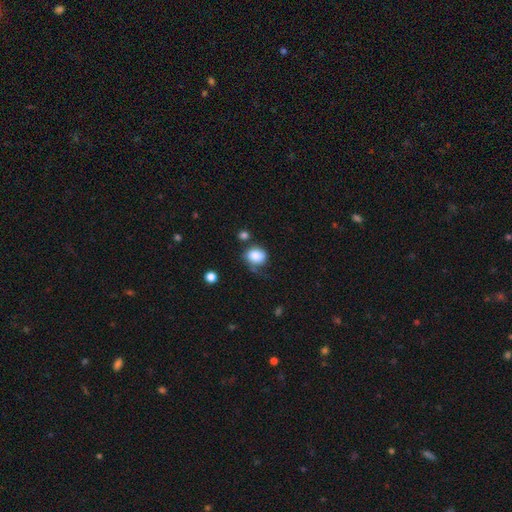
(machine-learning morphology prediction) Overall: smooth (81%). How rounded: round (56%; in between 43%). Merging: none (46%; minor disturbance 27%).